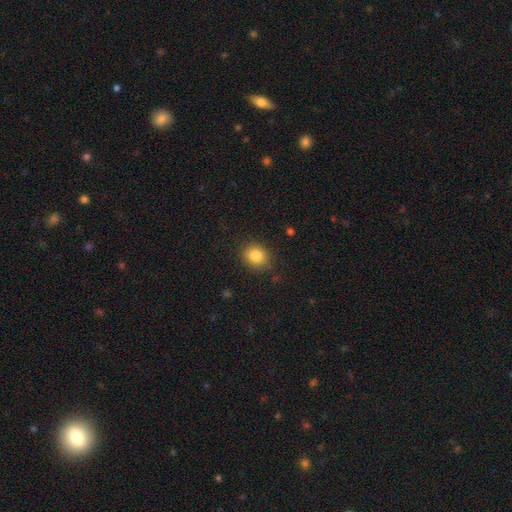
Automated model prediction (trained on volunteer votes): Smooth or featured? smooth (85%)
How rounded? round (64%)
Merging? none (86%)